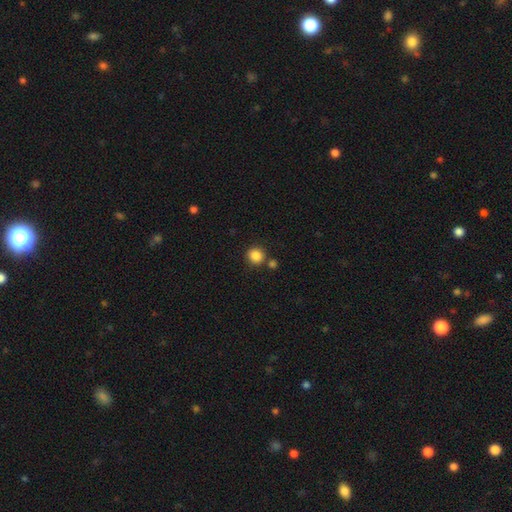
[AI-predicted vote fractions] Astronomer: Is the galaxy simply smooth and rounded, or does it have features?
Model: smooth — 87%.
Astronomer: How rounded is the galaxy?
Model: round — 88%.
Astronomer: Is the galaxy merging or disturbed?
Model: none — 77%.